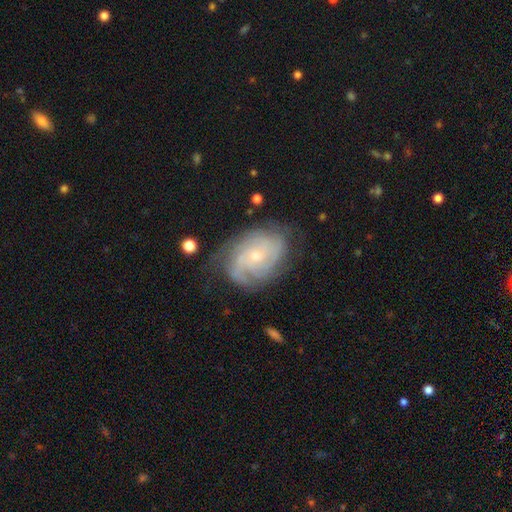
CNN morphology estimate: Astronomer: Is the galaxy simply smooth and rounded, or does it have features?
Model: featured or disk — 80%.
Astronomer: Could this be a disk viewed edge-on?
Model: no — 97%.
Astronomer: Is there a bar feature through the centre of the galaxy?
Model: no — 74%.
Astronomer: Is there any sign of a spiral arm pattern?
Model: yes — 94%.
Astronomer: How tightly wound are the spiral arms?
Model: tight — 61%.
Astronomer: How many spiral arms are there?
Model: can't tell — 38% (runner-up: 3, 21%).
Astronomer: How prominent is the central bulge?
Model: small — 69%.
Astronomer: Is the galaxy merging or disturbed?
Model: none — 67%.